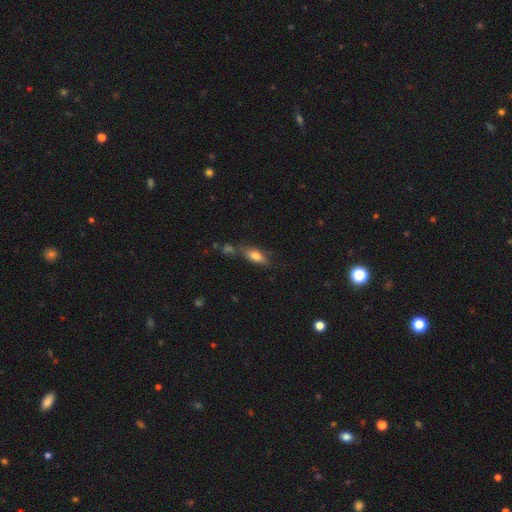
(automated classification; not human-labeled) Smooth or featured? smooth (72%)
How rounded? in between (73%)
Merging? none (55%)